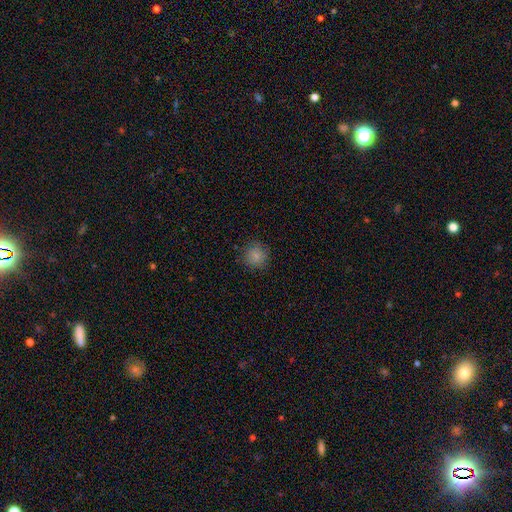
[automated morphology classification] type=smooth (84%); roundness=round (92%); merging=none (86%).